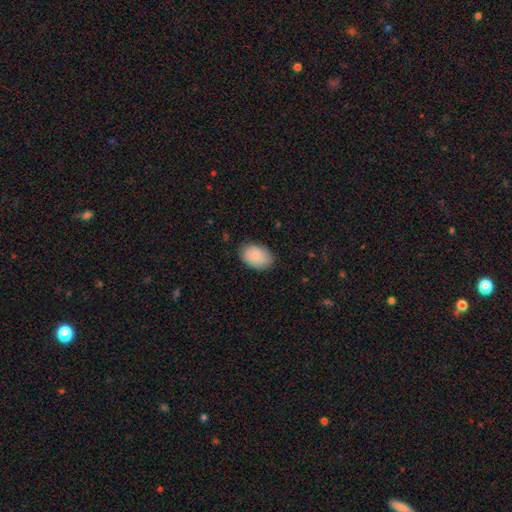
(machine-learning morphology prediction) Smooth or featured?
  - smooth: 87% *
  - featured or disk: 7%
  - star or artifact: 6%
How rounded?
  - in between: 86% *
  - round: 13%
  - cigar-shaped: 1%
Merging?
  - none: 84% *
  - minor disturbance: 13%
  - major disturbance: 3%
  - merger: 1%